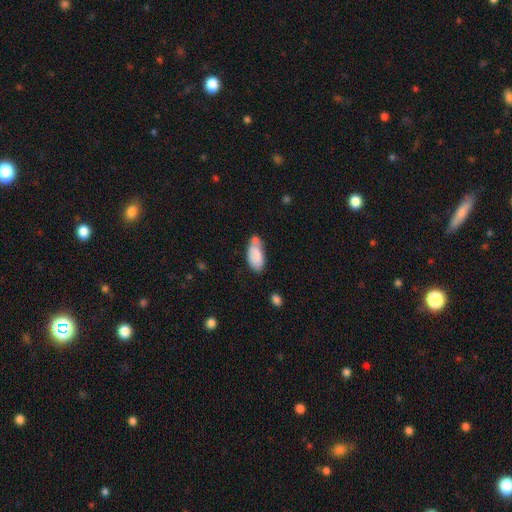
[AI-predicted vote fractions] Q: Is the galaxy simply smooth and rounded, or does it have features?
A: smooth — 83%.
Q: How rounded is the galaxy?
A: in between — 90%.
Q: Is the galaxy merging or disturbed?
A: none — 47%.